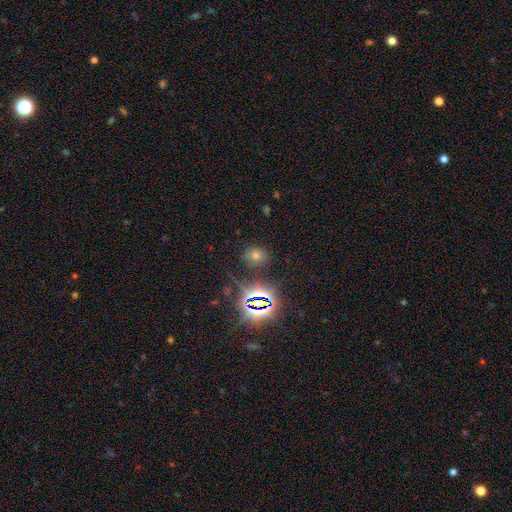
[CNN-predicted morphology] Smooth or featured?
  - smooth: 49% *
  - star or artifact: 40%
  - featured or disk: 11%
Merging?
  - none: 84% *
  - minor disturbance: 10%
  - major disturbance: 4%
  - merger: 2%